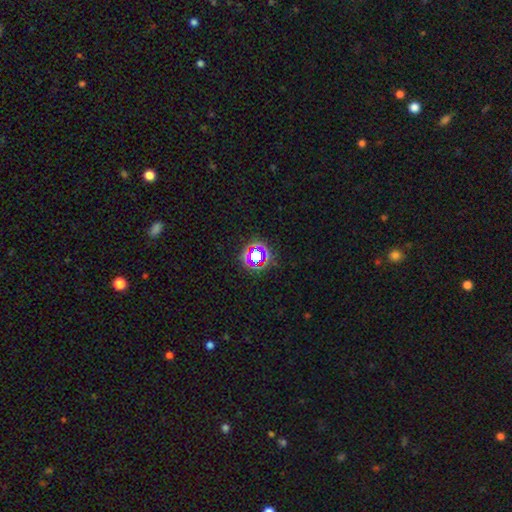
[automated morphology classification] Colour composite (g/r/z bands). It shows a star or artifact, not a galaxy (63%).